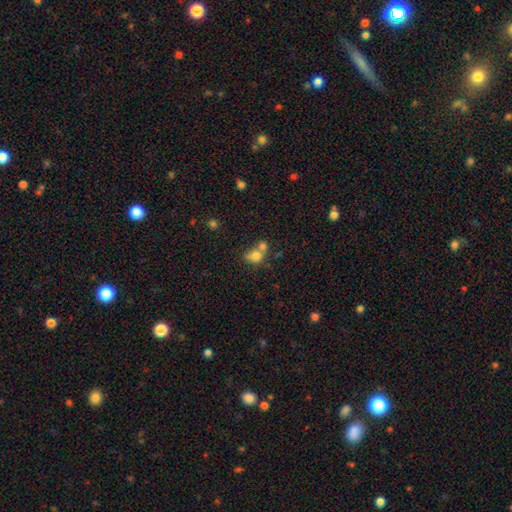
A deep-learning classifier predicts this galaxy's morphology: This appears to be a smooth galaxy with no disk features (76%) that is round (56%). Merging: merger (58%).